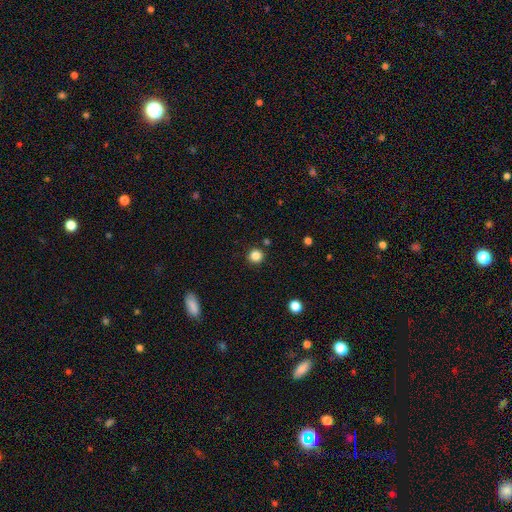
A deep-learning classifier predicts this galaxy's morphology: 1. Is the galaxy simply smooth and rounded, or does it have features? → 85% smooth, 12% star or artifact, 4% featured or disk.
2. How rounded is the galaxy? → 93% round, 6% in between, 1% cigar-shaped.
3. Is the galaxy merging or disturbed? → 90% none, 6% minor disturbance, 2% merger, 2% major disturbance.